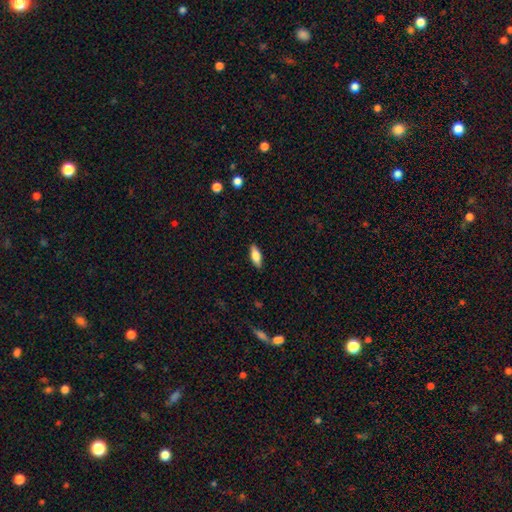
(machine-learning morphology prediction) This appears to be a smooth galaxy with no disk features (76%) that is in between round and cigar-shaped (71%). Merging: none (88%).